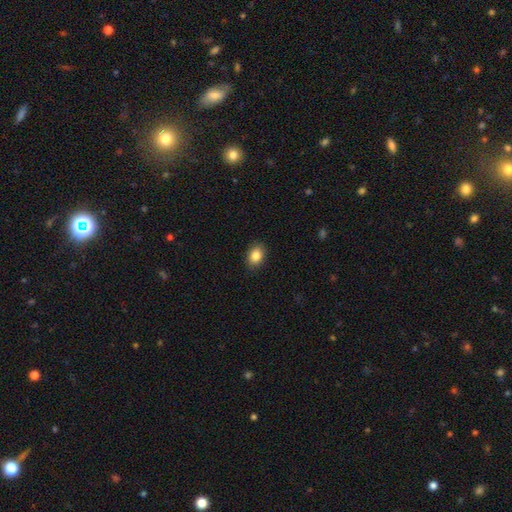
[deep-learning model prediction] Smooth or featured: smooth — 86% (star or artifact — 9%)
How rounded: in between — 74% (round — 25%)
Merging: none — 89% (minor disturbance — 8%)